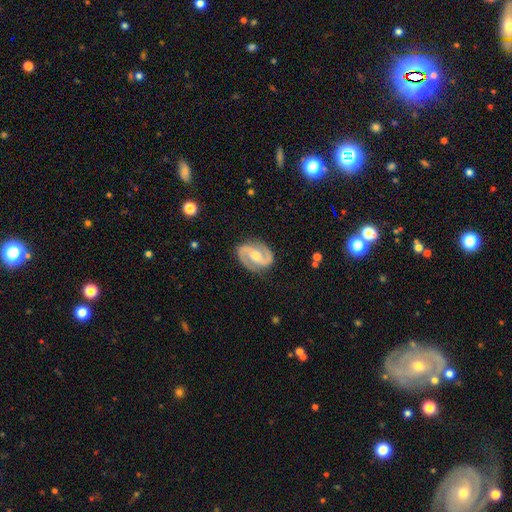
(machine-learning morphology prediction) smooth-or-featured: featured or disk: 90% | smooth: 5% | star or artifact: 4%
  disk-edge-on: no: 98% | yes: 2%
    bar: weak: 40% | no: 30% | strong: 30%
    has-spiral-arms: yes: 97% | no: 3%
      spiral-winding: medium: 53% | tight: 29% | loose: 18%
      spiral-arm-count: 2: 94% | can't tell: 2% | 1: 1% | 3: 1% | 4: 1% | more than 4: 1%
    bulge-size: moderate: 65% | small: 29% | large: 4% | none: 2% | dominant: 1%
  merging: none: 86% | minor disturbance: 10% | major disturbance: 3% | merger: 1%